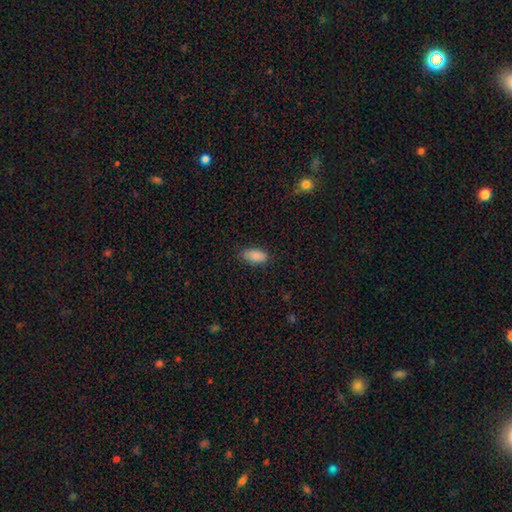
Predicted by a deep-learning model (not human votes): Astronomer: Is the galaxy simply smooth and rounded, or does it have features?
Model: smooth — 89%.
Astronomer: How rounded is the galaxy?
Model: in between — 92%.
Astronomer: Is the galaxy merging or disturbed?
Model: none — 81%.